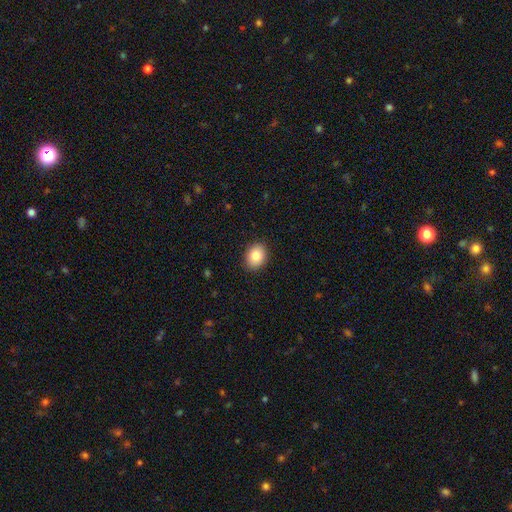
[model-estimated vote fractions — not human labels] A smooth galaxy with no disk features (85%) that is in between round and cigar-shaped (55%).

Vote fractions:
- Smooth or featured? smooth: 85% / star or artifact: 8% / featured or disk: 7%
- How rounded? in between: 55% / round: 44% / cigar-shaped: 1%
- Merging? none: 89% / minor disturbance: 8% / major disturbance: 2% / merger: 1%